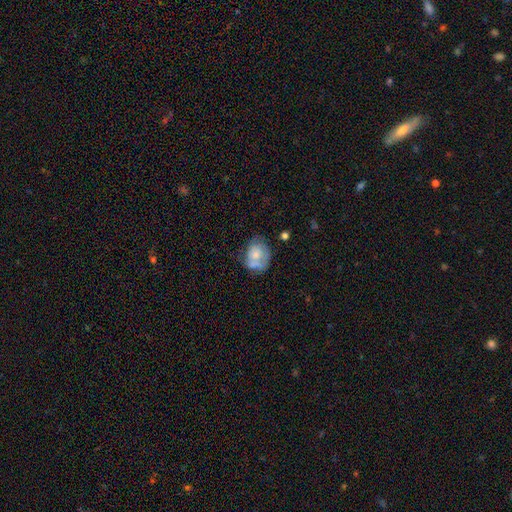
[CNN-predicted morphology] smooth-or-featured: smooth: 53% | featured or disk: 39% | star or artifact: 8%
  how-rounded: round: 53% | in between: 46% | cigar-shaped: 1%
  merging: none: 37% | minor disturbance: 28% | merger: 19% | major disturbance: 17%